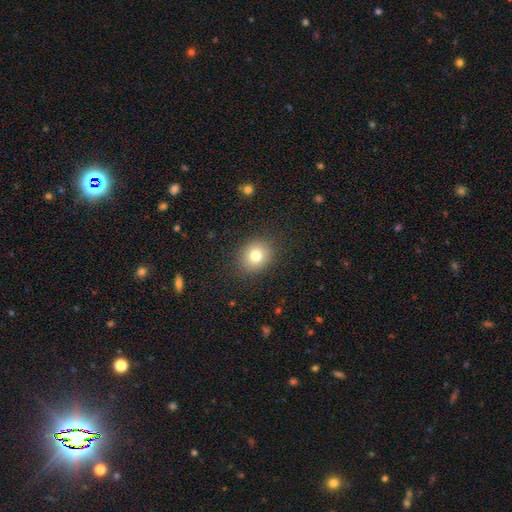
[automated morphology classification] Smooth or featured?
  - smooth: 78% *
  - star or artifact: 11%
  - featured or disk: 11%
How rounded?
  - round: 68% *
  - in between: 31%
  - cigar-shaped: 1%
Merging?
  - none: 87% *
  - minor disturbance: 9%
  - major disturbance: 3%
  - merger: 1%